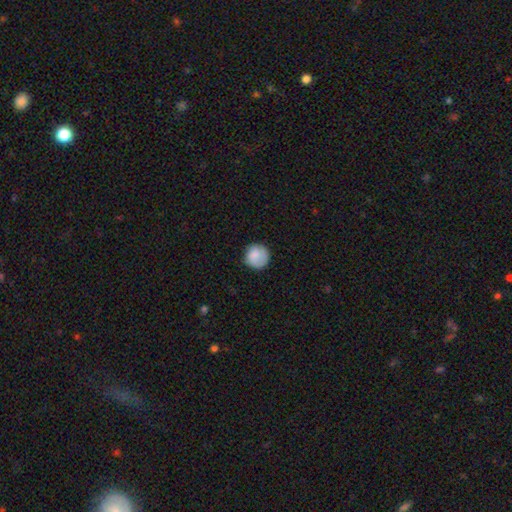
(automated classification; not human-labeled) Overall: smooth (84%). How rounded: round (91%). Merging: none (78%).